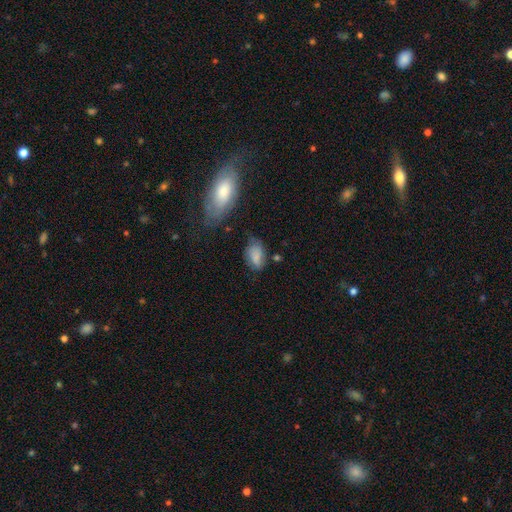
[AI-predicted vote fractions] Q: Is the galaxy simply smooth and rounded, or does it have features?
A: smooth — 76%.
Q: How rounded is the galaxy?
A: in between — 89%.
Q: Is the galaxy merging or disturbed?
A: none — 50%.